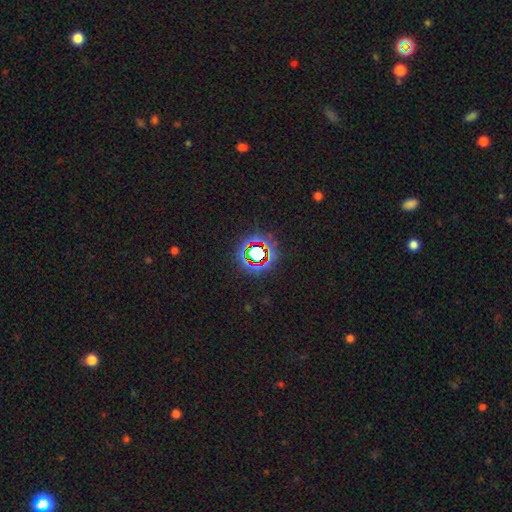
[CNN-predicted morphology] smooth_or_featured: star or artifact (p=0.74) [alt: smooth p=0.16]